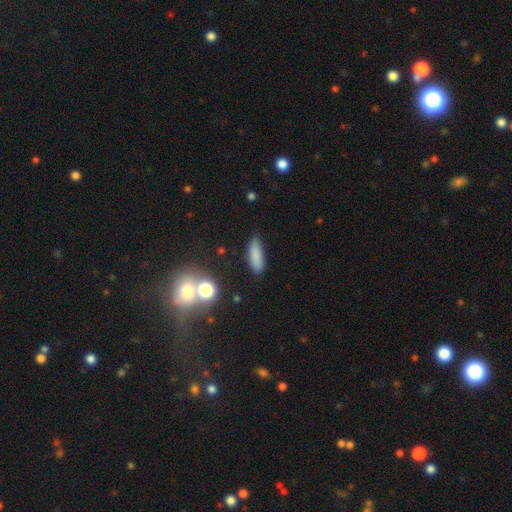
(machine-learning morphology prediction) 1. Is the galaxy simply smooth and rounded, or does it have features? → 83% smooth, 10% star or artifact, 8% featured or disk.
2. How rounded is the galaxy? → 50% in between, 47% cigar-shaped, 3% round.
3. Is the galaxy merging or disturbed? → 82% none, 12% minor disturbance, 3% major disturbance, 2% merger.